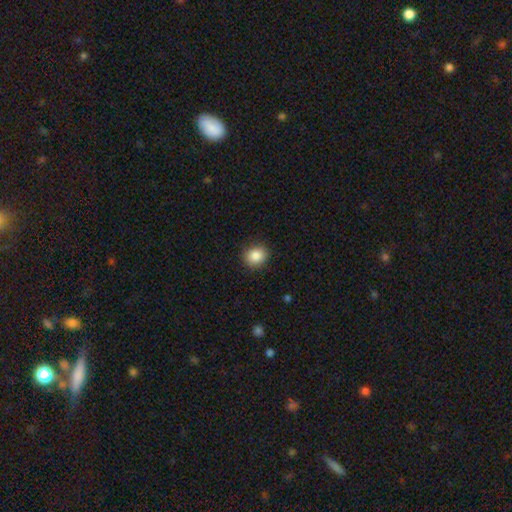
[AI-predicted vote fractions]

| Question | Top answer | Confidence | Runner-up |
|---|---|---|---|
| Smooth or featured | smooth | 86% | star or artifact (9%) |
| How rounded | round | 69% | in between (30%) |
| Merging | none | 89% | minor disturbance (8%) |